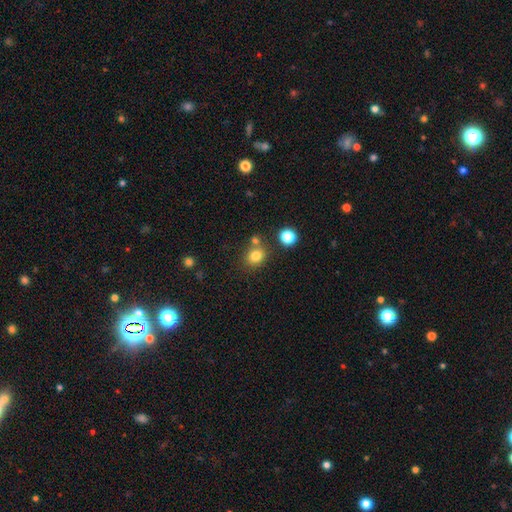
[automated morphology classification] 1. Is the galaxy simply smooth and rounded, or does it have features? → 79% smooth, 13% star or artifact, 7% featured or disk.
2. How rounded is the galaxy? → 71% round, 29% in between, 1% cigar-shaped.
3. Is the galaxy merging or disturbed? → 69% none, 17% merger, 11% minor disturbance, 3% major disturbance.